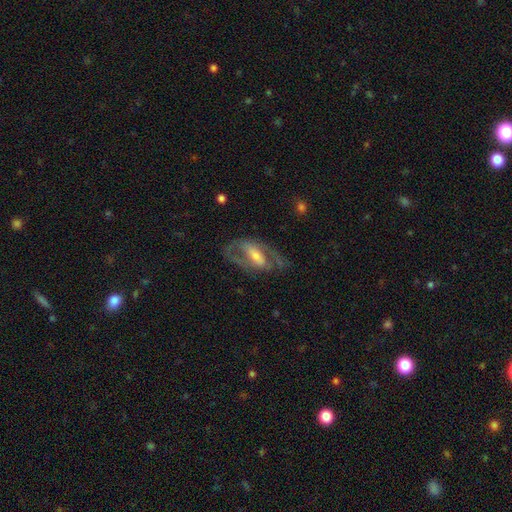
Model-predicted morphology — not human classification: Smooth or featured?
  - featured or disk: 73% *
  - smooth: 21%
  - star or artifact: 6%
Edge-on disk?
  - no: 89% *
  - yes: 11%
Bar?
  - strong: 46% *
  - weak: 32%
  - no: 22%
Spiral arms?
  - yes: 67% *
  - no: 33%
Bulge size?
  - moderate: 44% *
  - small: 33%
  - large: 16%
  - none: 6%
  - dominant: 2%
Merging?
  - none: 63% *
  - major disturbance: 18%
  - minor disturbance: 17%
  - merger: 2%